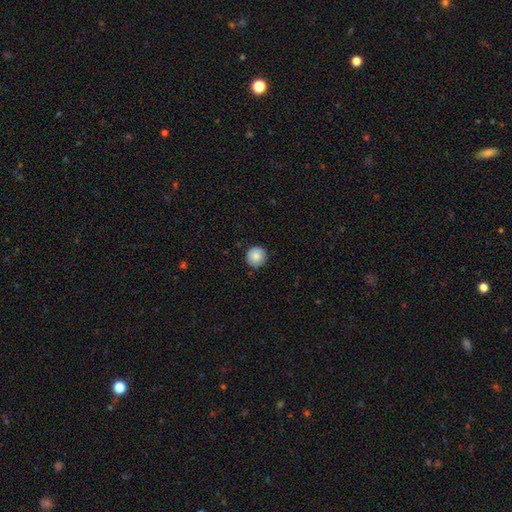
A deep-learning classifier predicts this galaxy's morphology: Smooth or featured? smooth (86%)
How rounded? round (94%)
Merging? none (88%)